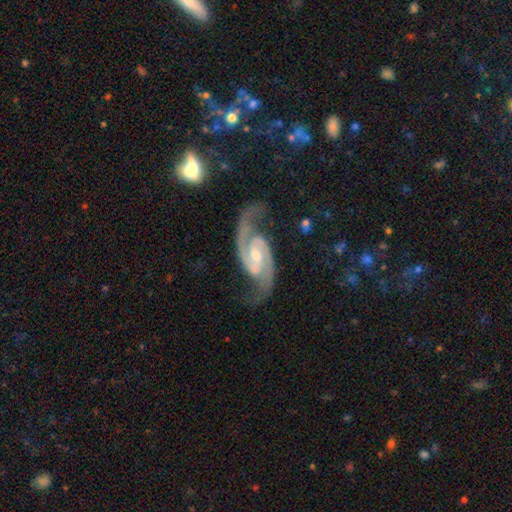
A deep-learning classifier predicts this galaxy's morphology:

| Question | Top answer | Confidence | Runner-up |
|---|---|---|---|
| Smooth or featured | featured or disk | 94% | star or artifact (4%) |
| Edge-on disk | no | 98% | yes (2%) |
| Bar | weak | 46% | no (32%) |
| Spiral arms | yes | 99% | no (1%) |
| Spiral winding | medium | 59% | tight (24%) |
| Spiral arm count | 2 | 94% | can't tell (1%) |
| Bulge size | moderate | 54% | small (41%) |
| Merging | none | 75% | minor disturbance (16%) |